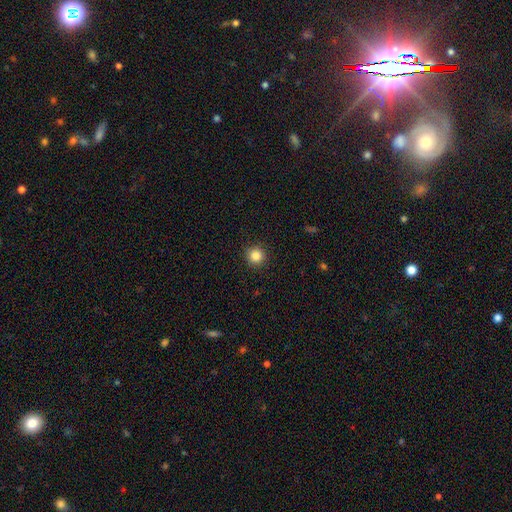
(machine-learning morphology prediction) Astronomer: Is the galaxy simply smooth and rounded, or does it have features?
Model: smooth — 85%.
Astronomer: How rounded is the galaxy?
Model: round — 94%.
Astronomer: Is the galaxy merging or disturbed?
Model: none — 92%.